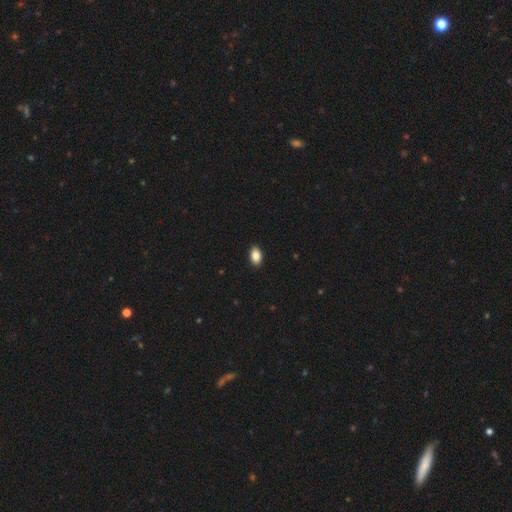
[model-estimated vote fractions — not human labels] This appears to be a smooth galaxy with no disk features (87%) that is in between round and cigar-shaped (90%). Merging: none (91%).